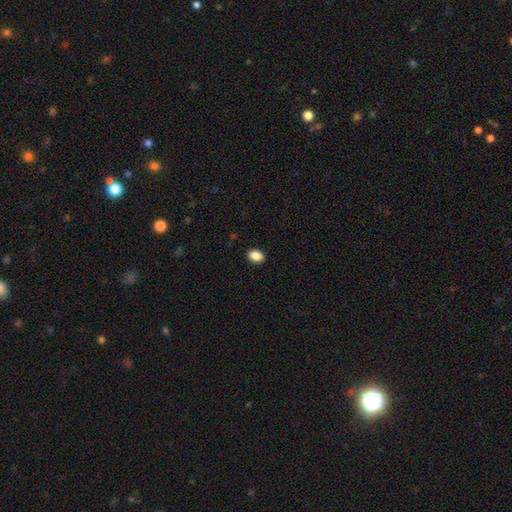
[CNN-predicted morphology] This appears to be a smooth galaxy with no disk features (89%) that is in between round and cigar-shaped (73%). Merging: none (90%).